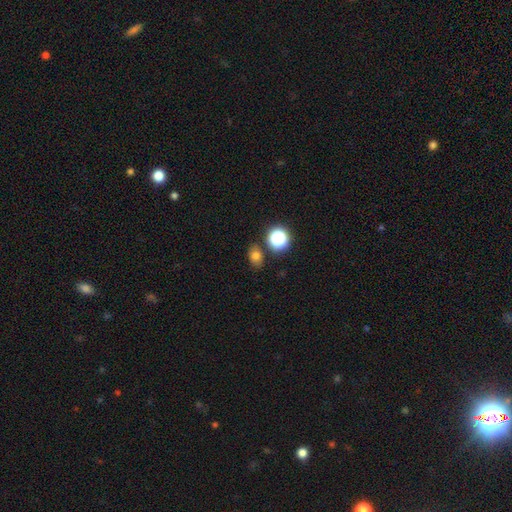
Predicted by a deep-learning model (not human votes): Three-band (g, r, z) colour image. It shows a smooth galaxy with no disk features (74%) that is in between round and cigar-shaped (62%). Merging: none (79%).